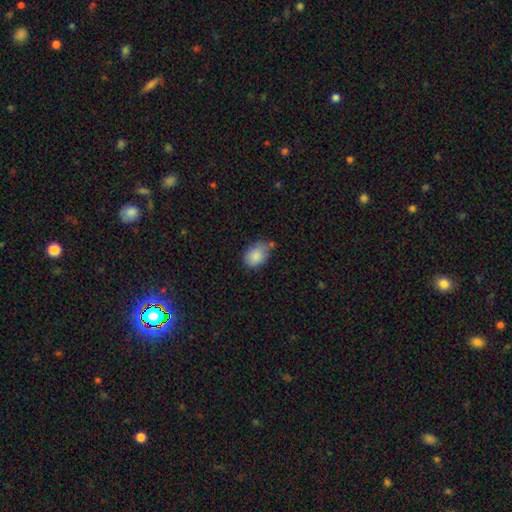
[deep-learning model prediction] A smooth galaxy with no disk features (86%) that is in between round and cigar-shaped (77%). Merging: none (55%).